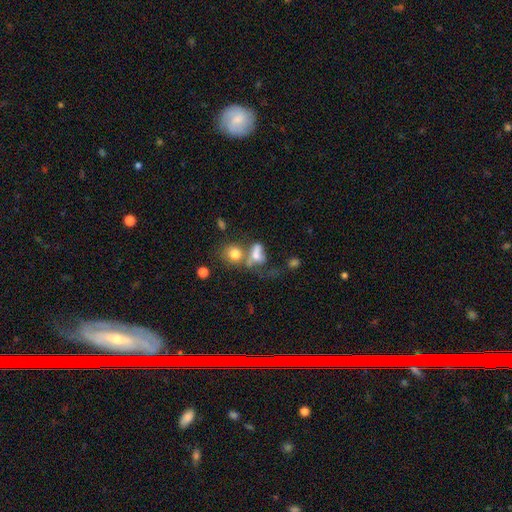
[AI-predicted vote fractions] A smooth galaxy with no disk features (62%) that is in between round and cigar-shaped (66%).

Vote fractions:
- Smooth or featured? smooth: 62% / featured or disk: 24% / star or artifact: 14%
- How rounded? in between: 66% / round: 29% / cigar-shaped: 5%
- Merging? merger: 47% / major disturbance: 21% / none: 20% / minor disturbance: 12%